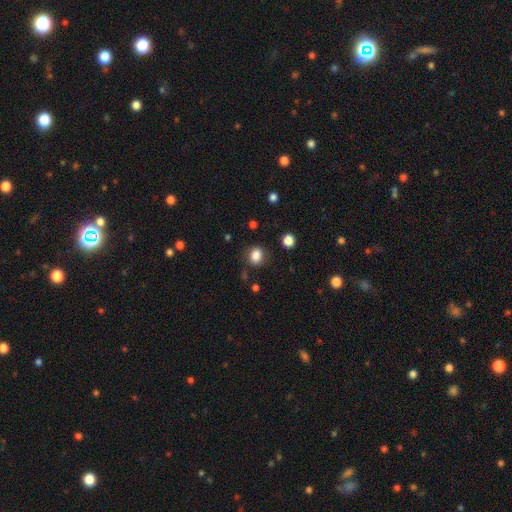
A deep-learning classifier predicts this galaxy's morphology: A smooth galaxy with no disk features (84%) that is round (58%).

Vote fractions:
- Smooth or featured? smooth: 84% / star or artifact: 11% / featured or disk: 5%
- How rounded? round: 58% / in between: 41% / cigar-shaped: 1%
- Merging? none: 81% / minor disturbance: 13% / major disturbance: 4% / merger: 2%